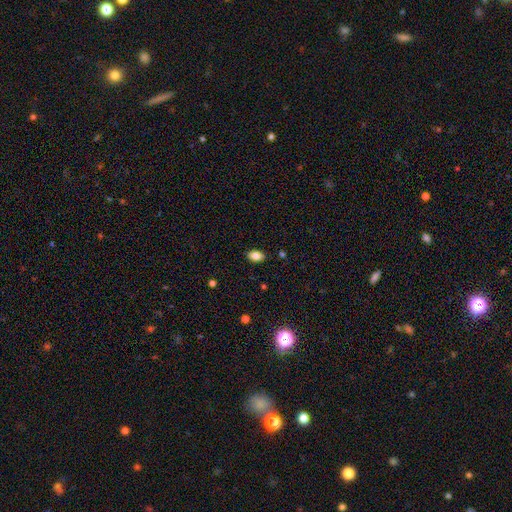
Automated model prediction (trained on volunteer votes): Morphology: type=smooth (84%); roundness=in between (89%); merging=none (88%).